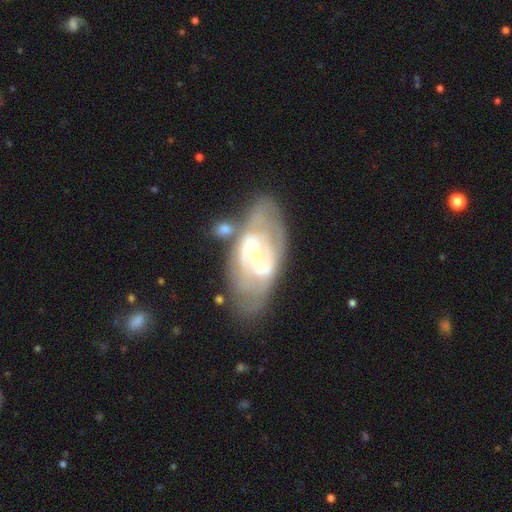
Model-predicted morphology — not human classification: smooth_or_featured: featured or disk (p=0.81) [alt: smooth p=0.13]
disk_edge_on: no (p=0.95) [alt: yes p=0.05]
bar: weak (p=0.45) [alt: strong p=0.28]
has_spiral_arms: yes (p=0.84) [alt: no p=0.16]
spiral_winding: tight (p=0.48) [alt: medium p=0.39]
spiral_arm_count: 2 (p=0.61) [alt: can't tell p=0.26]
bulge_size: small (p=0.65) [alt: moderate p=0.28]
merging: none (p=0.55) [alt: minor disturbance p=0.19]